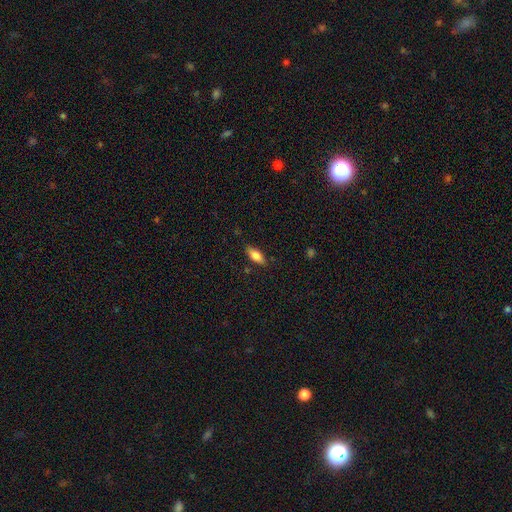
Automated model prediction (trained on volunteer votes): Overall: smooth (77%). How rounded: in between (77%). Merging: none (84%).